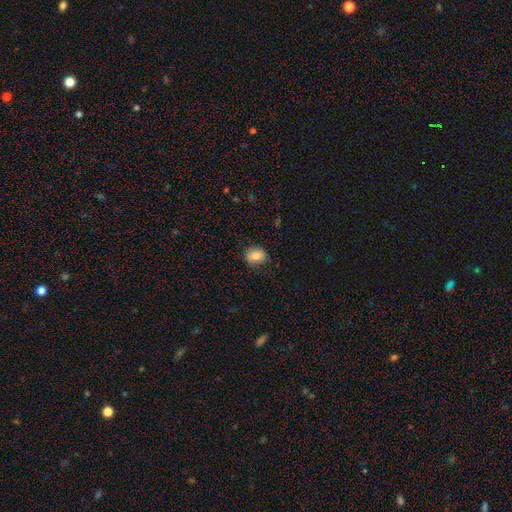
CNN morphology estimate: A smooth galaxy with no disk features (79%) that is round (61%). Merging: none (81%).